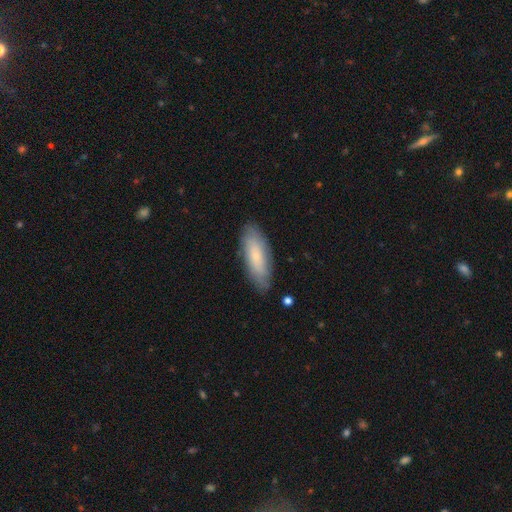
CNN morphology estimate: smooth_or_featured: smooth (p=0.71) [alt: featured or disk p=0.23]
how_rounded: in between (p=0.58) [alt: cigar-shaped p=0.40]
merging: none (p=0.84) [alt: minor disturbance p=0.12]